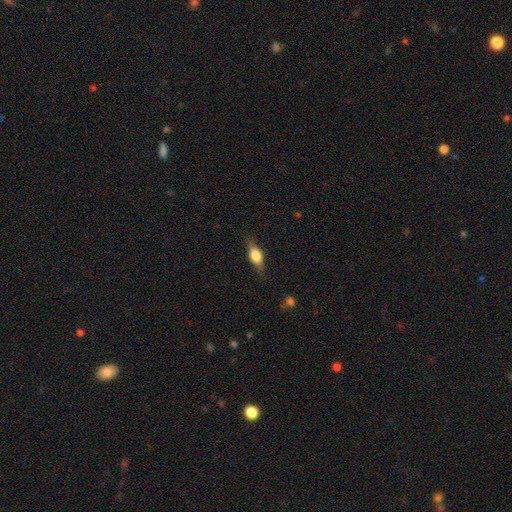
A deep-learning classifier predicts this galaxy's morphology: Smooth or featured: smooth — 56% (featured or disk — 37%)
How rounded: in between — 59% (cigar-shaped — 35%)
Merging: none — 78% (minor disturbance — 16%)